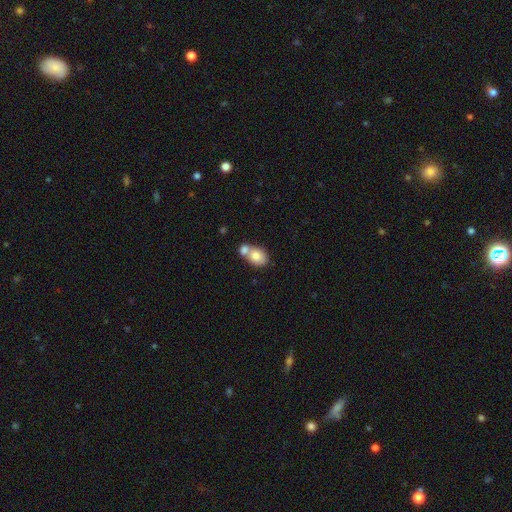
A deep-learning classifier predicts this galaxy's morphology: Q: Smooth or featured?
A: smooth (78%); runner-up: featured or disk (15%)
Q: How rounded?
A: in between (64%); runner-up: round (34%)
Q: Merging?
A: merger (60%); runner-up: none (29%)